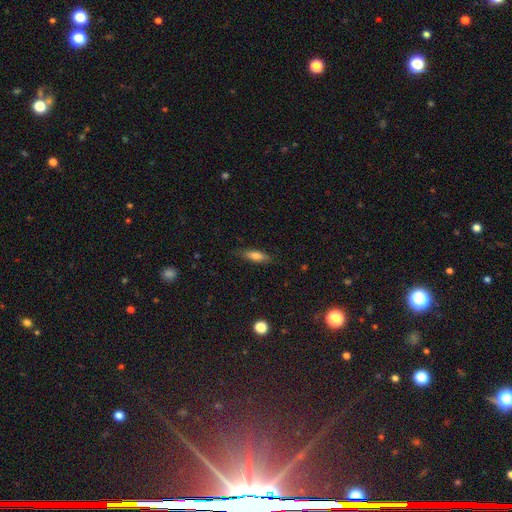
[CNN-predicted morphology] smooth-or-featured: smooth: 74% | featured or disk: 18% | star or artifact: 8%
  how-rounded: in between: 49% | cigar-shaped: 48% | round: 3%
  merging: none: 83% | minor disturbance: 13% | major disturbance: 3% | merger: 1%